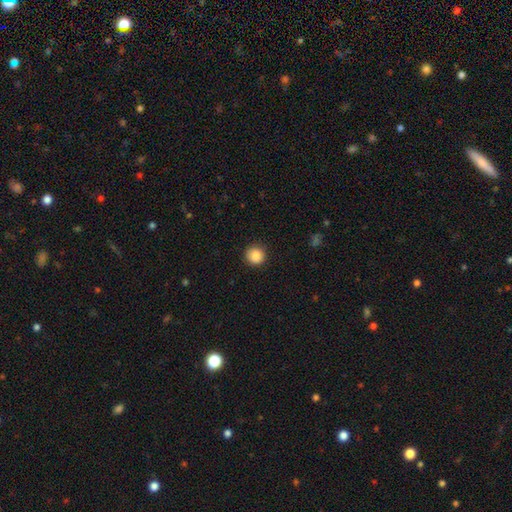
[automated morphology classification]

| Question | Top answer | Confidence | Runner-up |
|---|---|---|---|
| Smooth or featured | smooth | 88% | star or artifact (9%) |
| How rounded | round | 94% | in between (5%) |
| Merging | none | 90% | minor disturbance (7%) |